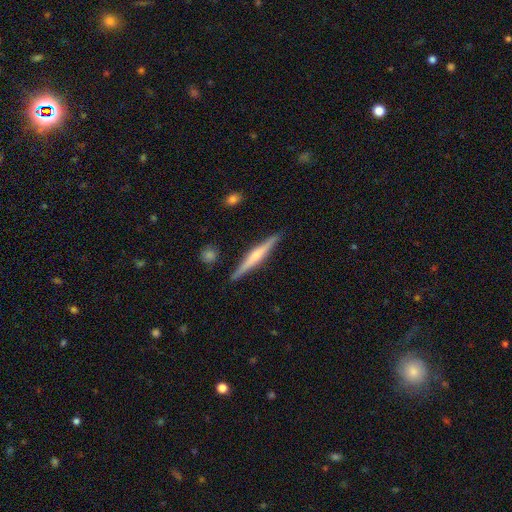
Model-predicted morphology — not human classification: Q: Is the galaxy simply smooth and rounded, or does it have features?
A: featured or disk — 63%.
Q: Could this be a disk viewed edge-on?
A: yes — 98%.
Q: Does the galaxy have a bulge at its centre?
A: rounded — 66%.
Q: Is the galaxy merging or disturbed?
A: none — 90%.